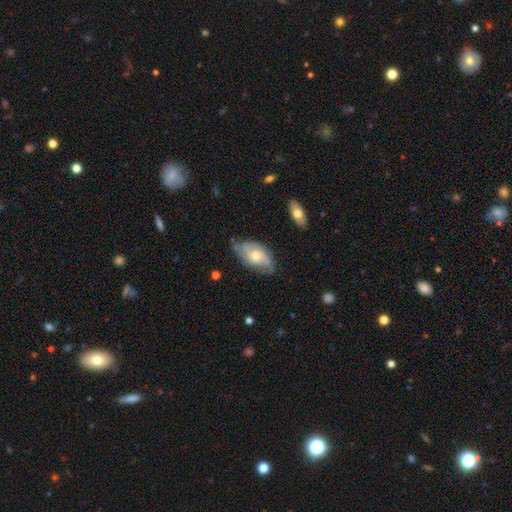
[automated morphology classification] A featured or disk galaxy (72%) with no bar (64%), 2 (49%) medium (44%) spiral arms (90%) and a moderate central bulge (62%).

Vote fractions:
- Smooth or featured? featured or disk: 72% / smooth: 22% / star or artifact: 6%
- Edge-on disk? no: 94% / yes: 6%
- Bar? no: 64% / weak: 31% / strong: 5%
- Spiral arms? yes: 90% / no: 10%
- Spiral winding? medium: 44% / tight: 29% / loose: 26%
- Spiral arm count? 2: 49% / can't tell: 23% / 3: 17% / 1: 4% / 4: 4% / more than 4: 3%
- Bulge size? moderate: 62% / small: 32% / large: 4% / none: 2% / dominant: 1%
- Merging? none: 64% / minor disturbance: 27% / major disturbance: 8% / merger: 2%